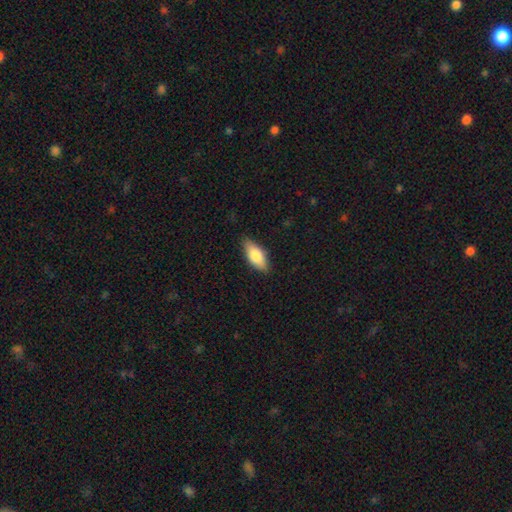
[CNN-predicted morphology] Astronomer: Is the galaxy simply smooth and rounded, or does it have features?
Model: smooth — 79%.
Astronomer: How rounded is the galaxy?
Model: in between — 83%.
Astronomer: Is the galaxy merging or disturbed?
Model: none — 85%.